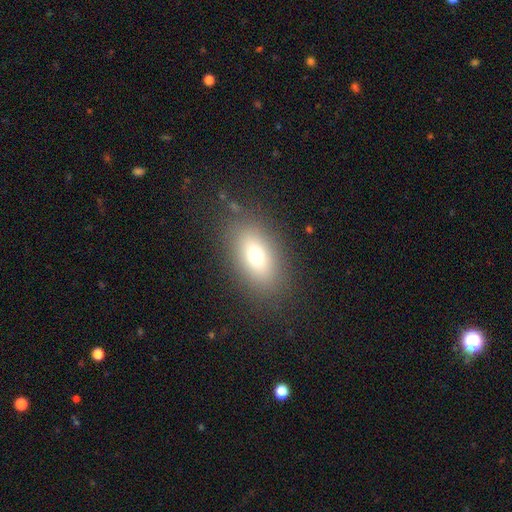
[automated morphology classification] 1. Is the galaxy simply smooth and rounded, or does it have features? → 71% smooth, 17% featured or disk, 12% star or artifact.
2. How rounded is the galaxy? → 85% in between, 10% round, 5% cigar-shaped.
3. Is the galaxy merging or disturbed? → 84% none, 10% minor disturbance, 5% major disturbance, 1% merger.